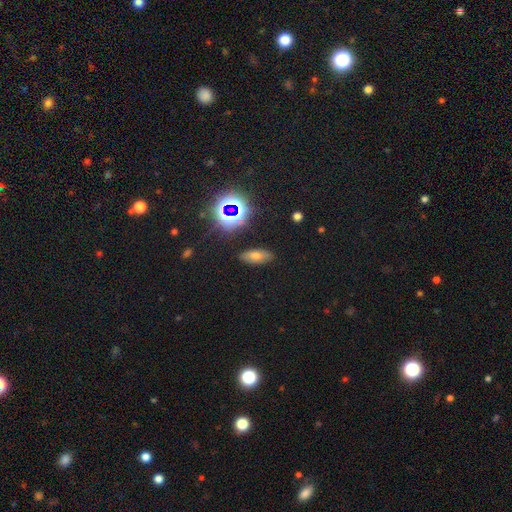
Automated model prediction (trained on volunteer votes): Overall: smooth (60%; star or artifact 25%). How rounded: in between (83%). Merging: none (86%).